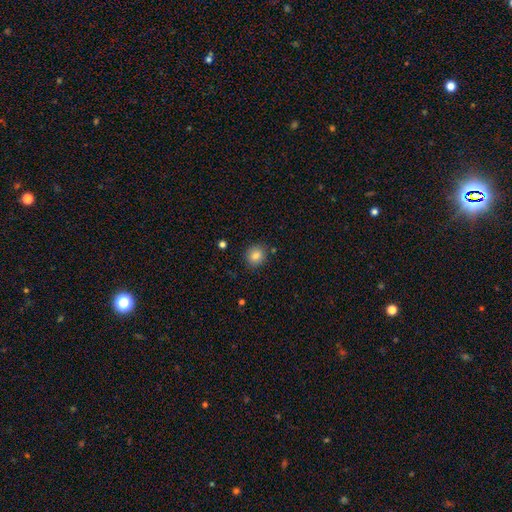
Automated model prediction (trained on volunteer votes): Morphology: type=smooth (83%); roundness=round (82%); merging=none (86%).